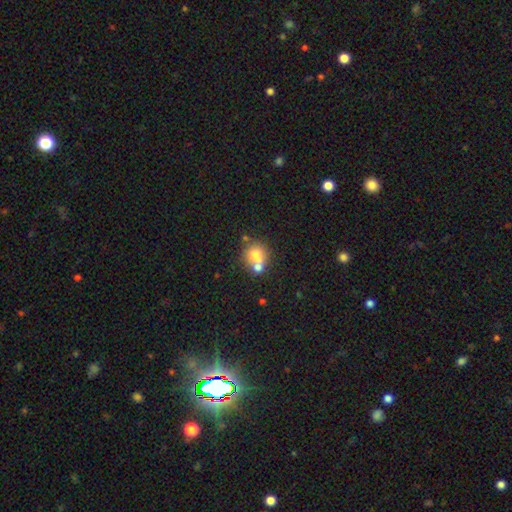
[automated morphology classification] Smooth or featured?
  - smooth: 68% *
  - featured or disk: 20%
  - star or artifact: 12%
How rounded?
  - round: 81% *
  - in between: 18%
  - cigar-shaped: 1%
Merging?
  - merger: 46% *
  - none: 42%
  - minor disturbance: 9%
  - major disturbance: 4%